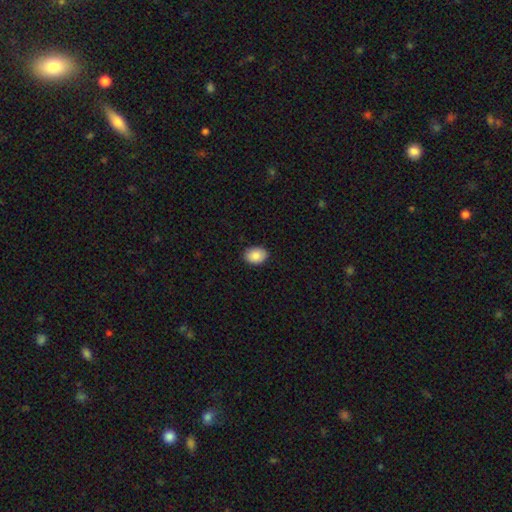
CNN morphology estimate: Q: Smooth or featured?
A: smooth (89%); runner-up: star or artifact (7%)
Q: How rounded?
A: in between (73%); runner-up: round (26%)
Q: Merging?
A: none (89%); runner-up: minor disturbance (8%)